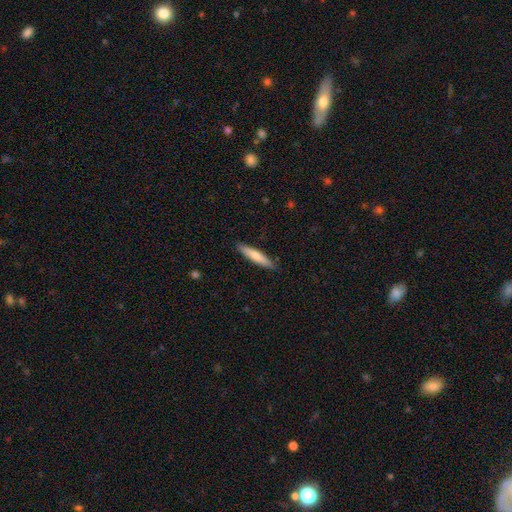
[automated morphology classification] Smooth or featured: smooth — 70% (featured or disk — 25%)
How rounded: cigar-shaped — 89% (in between — 10%)
Merging: none — 89% (minor disturbance — 9%)